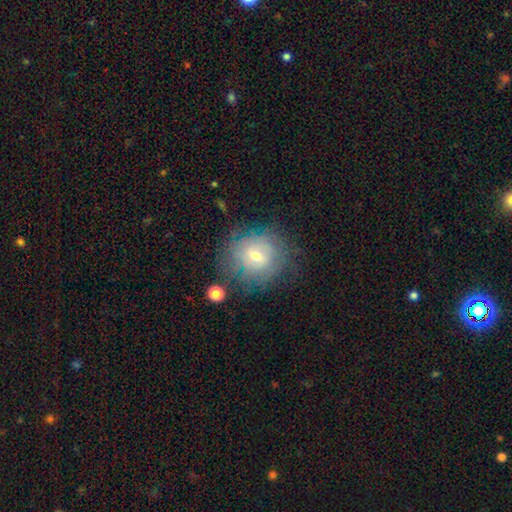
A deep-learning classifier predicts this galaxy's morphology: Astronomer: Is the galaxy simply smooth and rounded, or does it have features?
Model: smooth — 49% (runner-up: featured or disk, 40%).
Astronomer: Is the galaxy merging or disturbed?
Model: none — 67%.